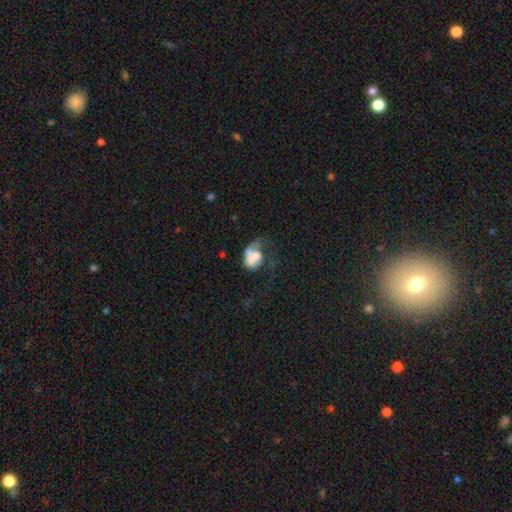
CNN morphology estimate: type=featured or disk (46%, tied with smooth); merging=major disturbance (48%).